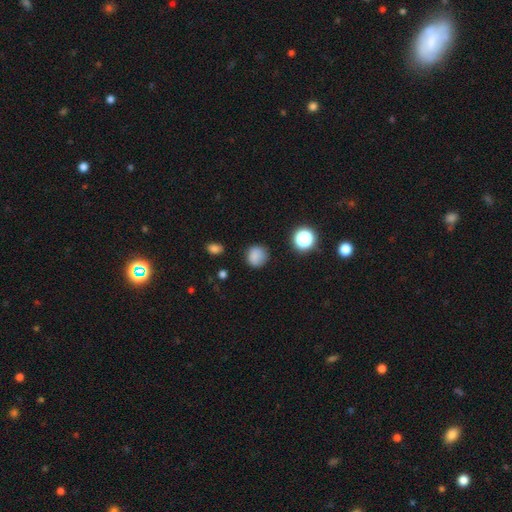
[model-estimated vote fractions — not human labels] Smooth or featured: smooth — 82% (star or artifact — 13%)
How rounded: round — 89% (in between — 10%)
Merging: none — 83% (minor disturbance — 12%)